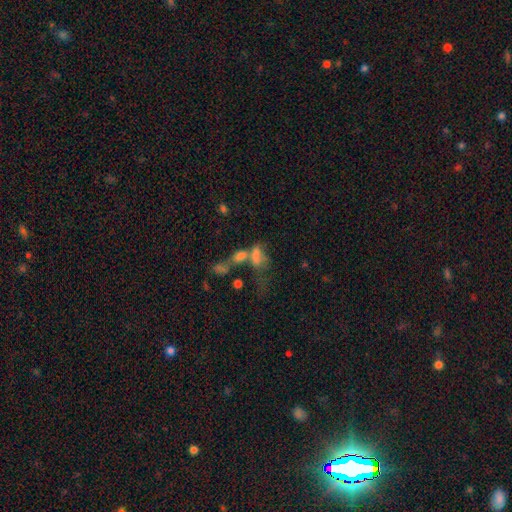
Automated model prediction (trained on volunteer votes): Smooth or featured?
  - smooth: 56% *
  - featured or disk: 26%
  - star or artifact: 18%
How rounded?
  - in between: 74% *
  - cigar-shaped: 16%
  - round: 10%
Merging?
  - merger: 55% *
  - major disturbance: 20%
  - none: 16%
  - minor disturbance: 9%